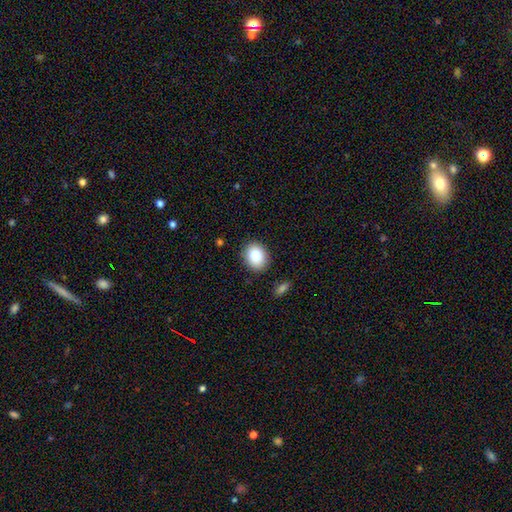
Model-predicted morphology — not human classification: The model was most divided on "how rounded": round: 53%, in between: 46%, cigar-shaped: 1%. More confident: merging — none (86%); smooth or featured — smooth (85%).